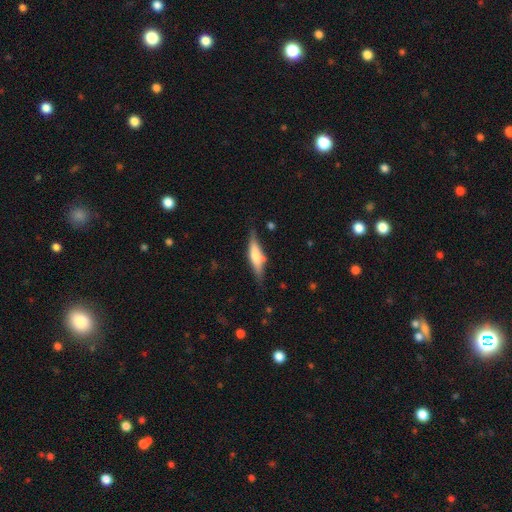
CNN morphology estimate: This is possibly a featured or disk galaxy (51%). It is clearly viewed edge-on (93%). Merging: likely none (77%).